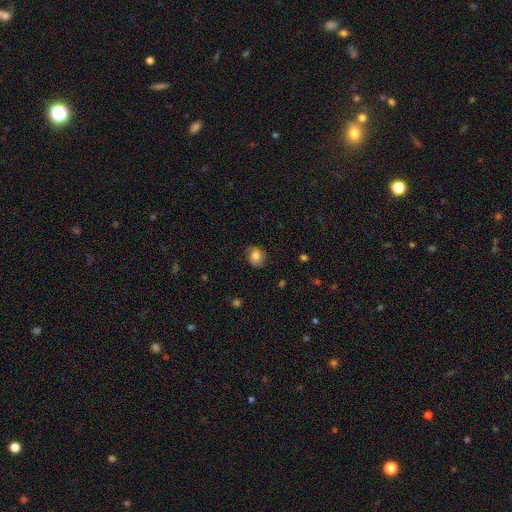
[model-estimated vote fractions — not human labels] Morphology: type=smooth (71%); roundness=round (67%); merging=none (67%).